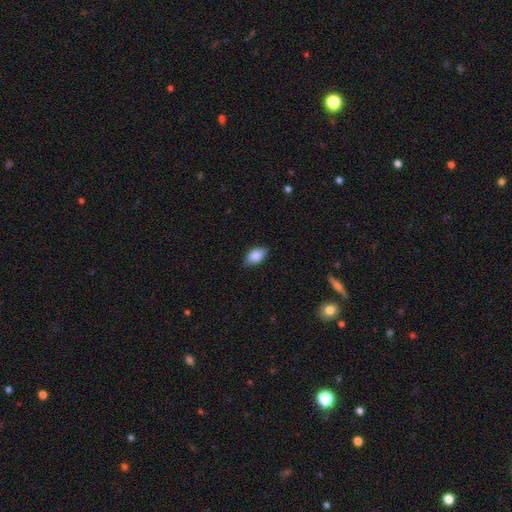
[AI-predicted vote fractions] smooth 86%, featured or disk 7%, star or artifact 7%. Down the decision tree: how rounded — in between (90%); merging — none (79%).